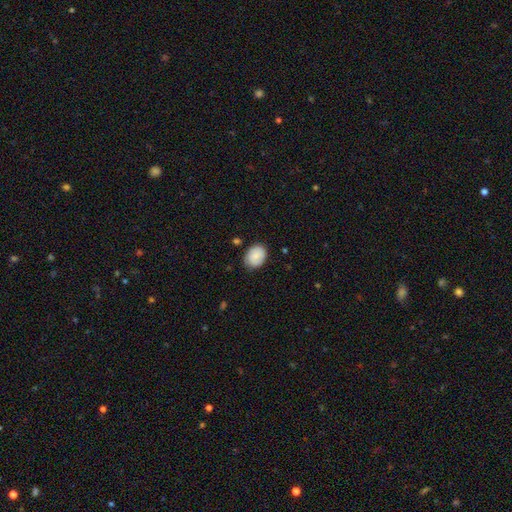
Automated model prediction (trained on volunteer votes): This appears to be a smooth galaxy with no disk features (82%) that is in between round and cigar-shaped (58%). Merging: none (79%).